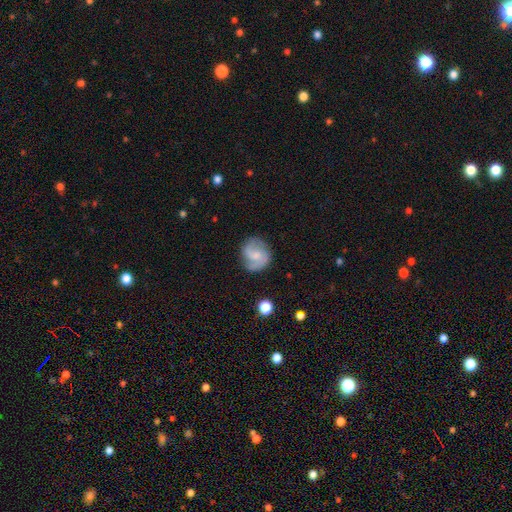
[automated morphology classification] Q: Smooth or featured?
A: featured or disk (69%); runner-up: smooth (24%)
Q: Edge-on disk?
A: no (98%); runner-up: yes (2%)
Q: Bar?
A: no (48%); runner-up: weak (44%)
Q: Spiral arms?
A: yes (93%); runner-up: no (7%)
Q: Spiral winding?
A: medium (48%); runner-up: loose (28%)
Q: Spiral arm count?
A: 2 (80%); runner-up: can't tell (8%)
Q: Bulge size?
A: small (47%); runner-up: moderate (34%)
Q: Merging?
A: none (73%); runner-up: minor disturbance (18%)